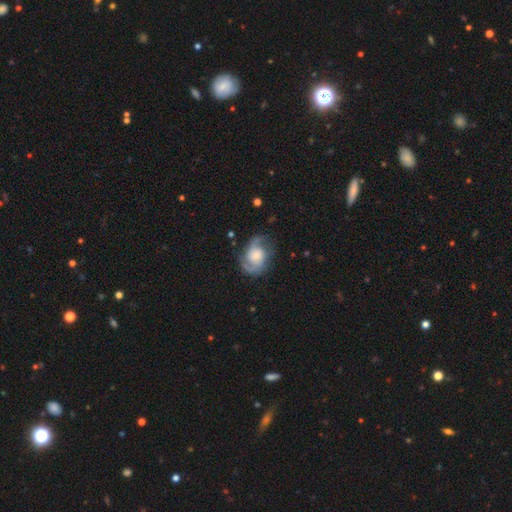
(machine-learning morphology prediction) Overall: featured or disk (81%). Edge-on disk: no (98%). Bar: no (56%; weak 37%). Spiral arms: yes (95%). Spiral arm count: 2 (79%). Spiral winding: medium (51%; tight 26%). Bulge size: moderate (34%; small 26%). Merging: none (68%).